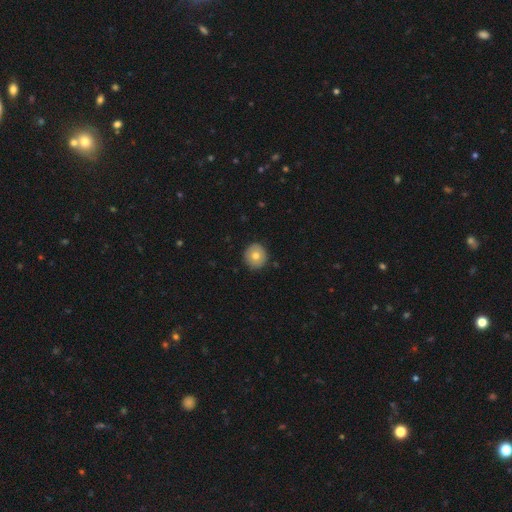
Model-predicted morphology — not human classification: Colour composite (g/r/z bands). It shows a smooth galaxy with no disk features (72%) that is round (92%). Merging: none (91%).